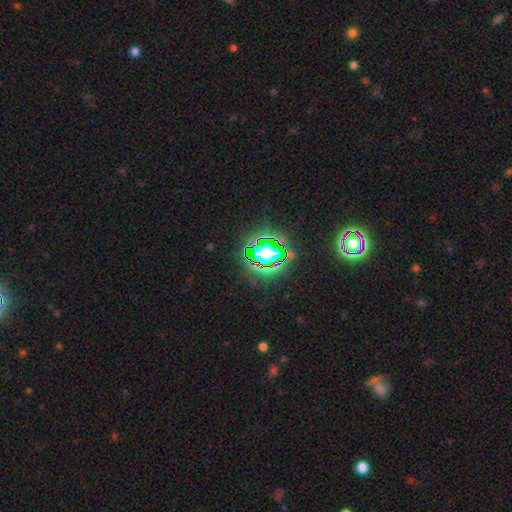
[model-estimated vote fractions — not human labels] Smooth or featured?
  - star or artifact: 80% *
  - smooth: 12%
  - featured or disk: 8%